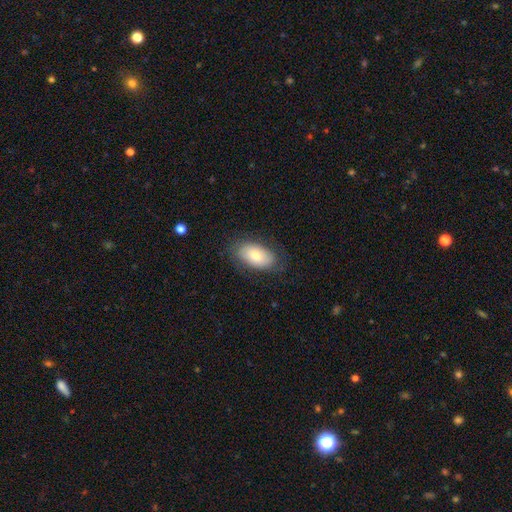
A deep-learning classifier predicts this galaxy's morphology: smooth_or_featured: smooth (p=0.73) [alt: featured or disk p=0.20]
how_rounded: in between (p=0.93) [alt: round p=0.05]
merging: none (p=0.79) [alt: minor disturbance p=0.15]